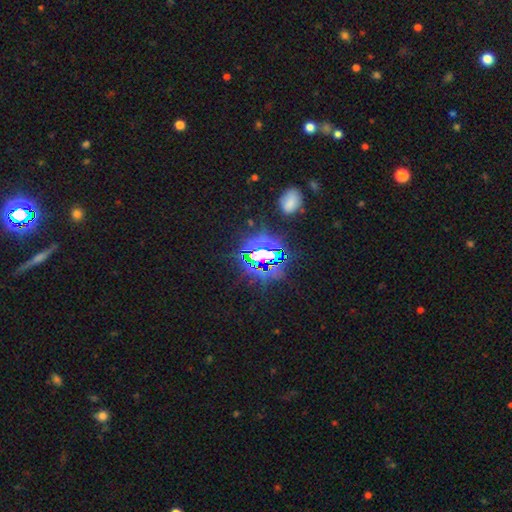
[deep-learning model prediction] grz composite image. It shows a star or artifact, not a galaxy (80%).